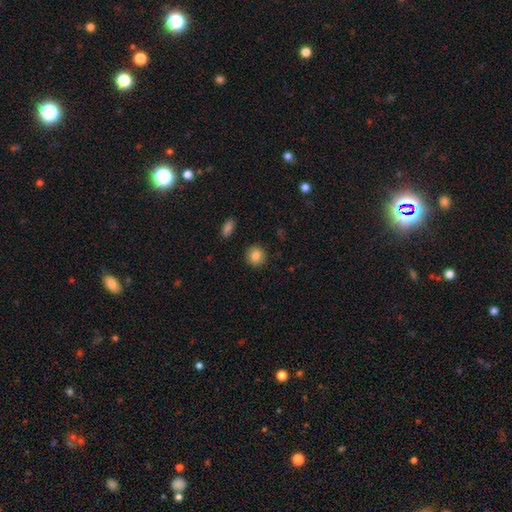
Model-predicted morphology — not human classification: Smooth or featured: smooth — 85% (star or artifact — 9%)
How rounded: round — 88% (in between — 10%)
Merging: none — 91% (minor disturbance — 6%)